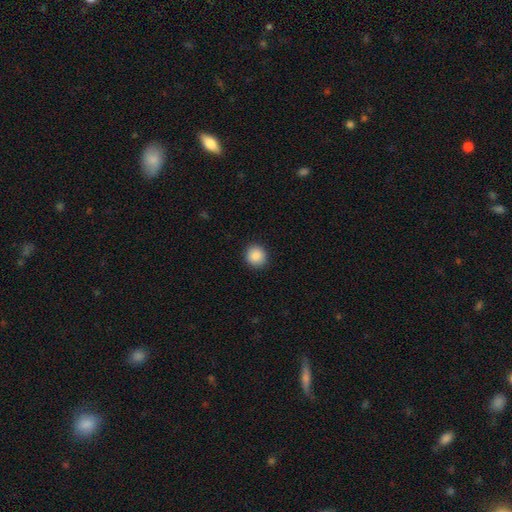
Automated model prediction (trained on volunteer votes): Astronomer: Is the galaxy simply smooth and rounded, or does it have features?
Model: smooth — 88%.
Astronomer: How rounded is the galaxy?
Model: round — 91%.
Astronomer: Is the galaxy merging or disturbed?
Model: none — 92%.